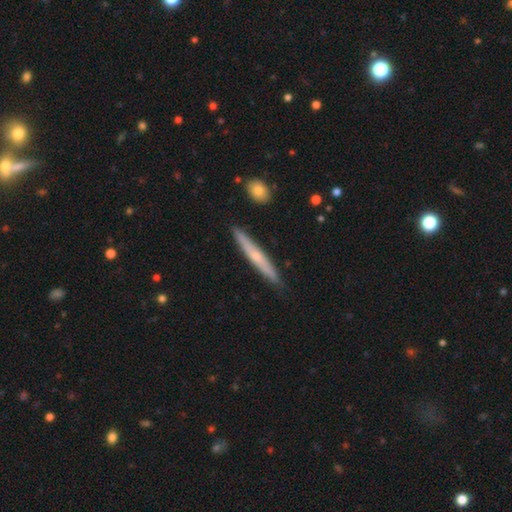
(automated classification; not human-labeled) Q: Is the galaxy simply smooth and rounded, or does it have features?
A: featured or disk — 53%.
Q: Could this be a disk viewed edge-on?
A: yes — 93%.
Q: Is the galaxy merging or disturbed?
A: none — 89%.